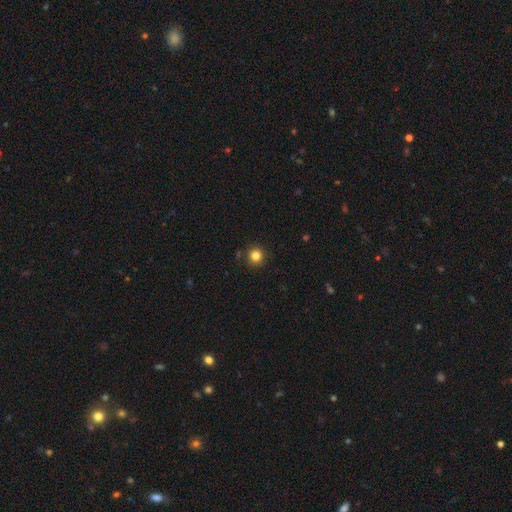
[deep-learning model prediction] Smooth or featured: smooth — 83% (star or artifact — 13%)
How rounded: round — 95% (in between — 4%)
Merging: none — 91% (minor disturbance — 6%)